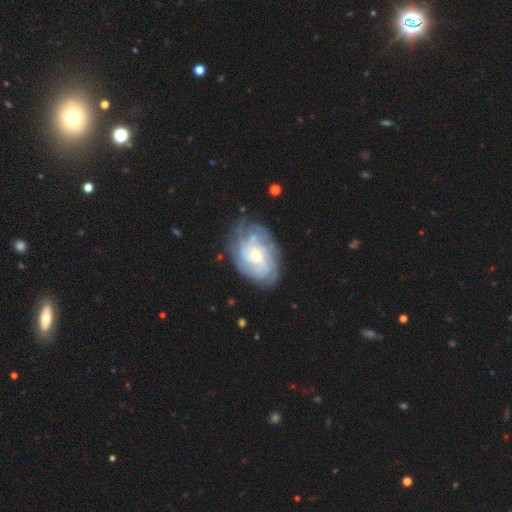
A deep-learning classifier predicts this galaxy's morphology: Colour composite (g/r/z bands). It shows a featured or disk galaxy (82%) with no bar (62%), tight (72%) spiral arms (94%) and a moderate central bulge (53%). Merging: none (75%).